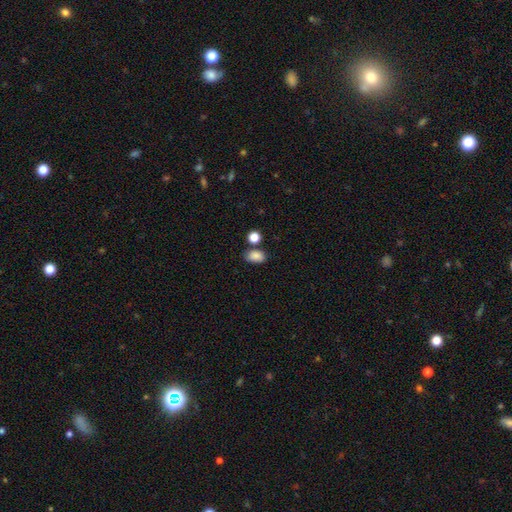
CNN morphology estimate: This is clearly a smooth galaxy (86%). How rounded: clearly in between (83%). Merging: likely none (71%).